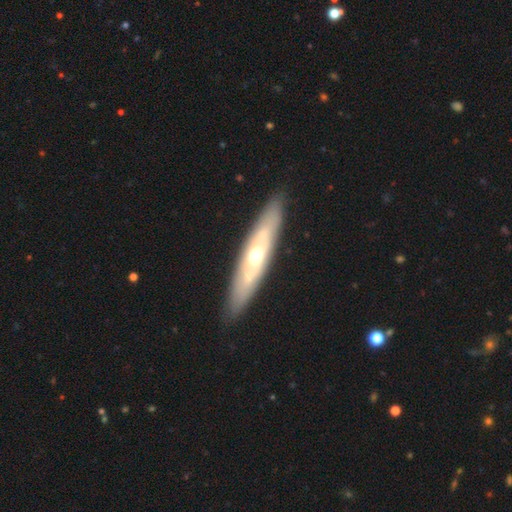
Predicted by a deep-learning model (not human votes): Smooth or featured: featured or disk — 66% (smooth — 28%)
Edge-on disk: yes — 57% (no — 43%)
Merging: none — 88% (minor disturbance — 9%)